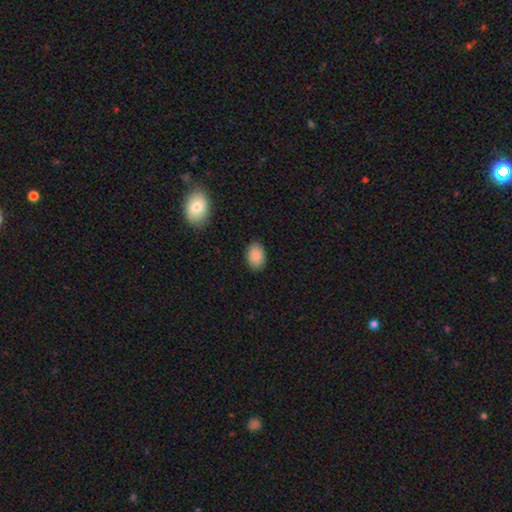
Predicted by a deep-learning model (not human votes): Overall: smooth (89%). How rounded: in between (86%). Merging: none (88%).